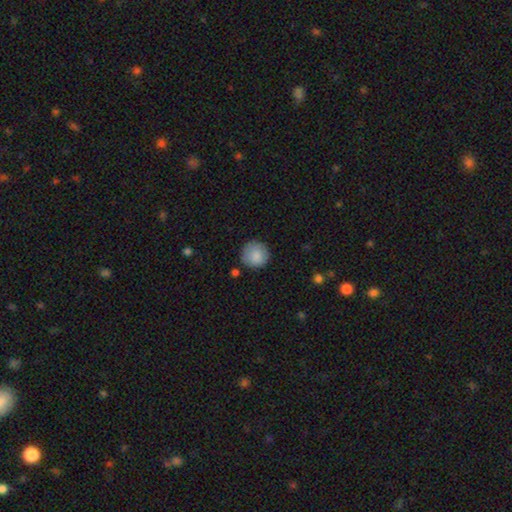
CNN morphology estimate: smooth 86%, star or artifact 7%, featured or disk 7%. Down the decision tree: how rounded — round (93%); merging — none (83%).